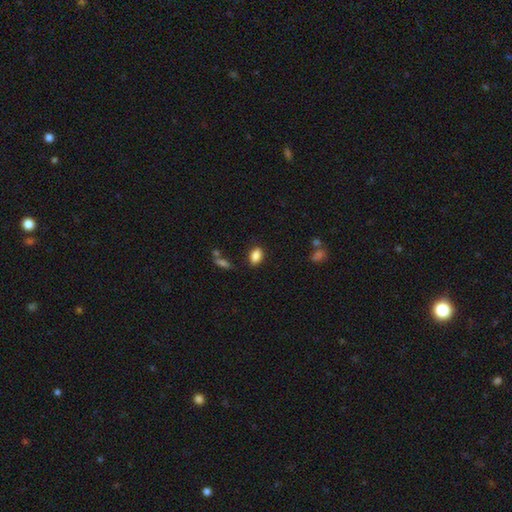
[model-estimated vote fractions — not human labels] A smooth galaxy with no disk features (86%) that is in between round and cigar-shaped (86%).

Vote fractions:
- Smooth or featured? smooth: 86% / star or artifact: 9% / featured or disk: 6%
- How rounded? in between: 86% / round: 11% / cigar-shaped: 3%
- Merging? none: 83% / minor disturbance: 12% / major disturbance: 3% / merger: 2%